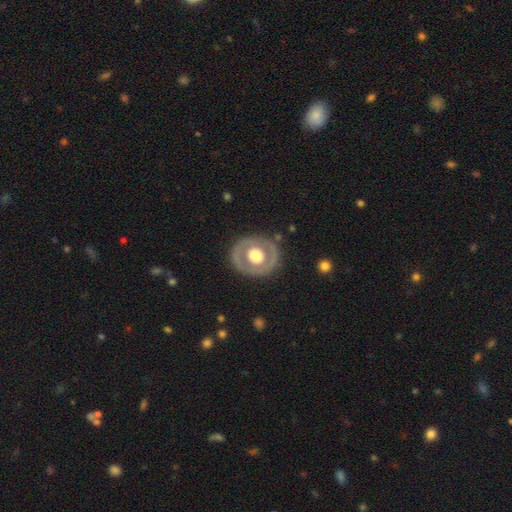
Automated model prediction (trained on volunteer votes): Morphology: type=featured or disk (54%); edge-on=no (94%); bar=no (90%); spiral arms=no (89%); bulge=large (51%); merging=none (82%).